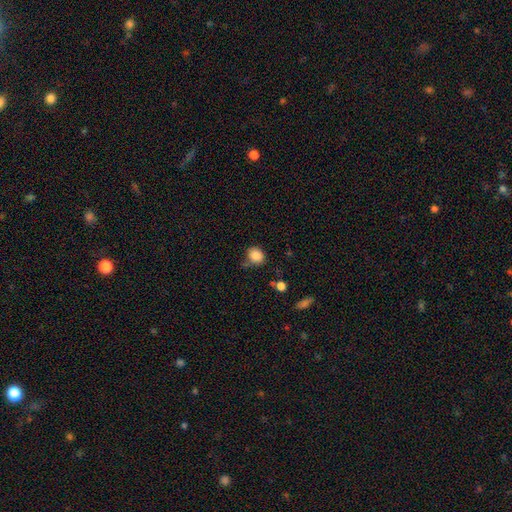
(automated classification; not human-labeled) smooth_or_featured: smooth (p=0.86) [alt: star or artifact p=0.09]
how_rounded: round (p=0.71) [alt: in between p=0.28]
merging: none (p=0.65) [alt: minor disturbance p=0.23]